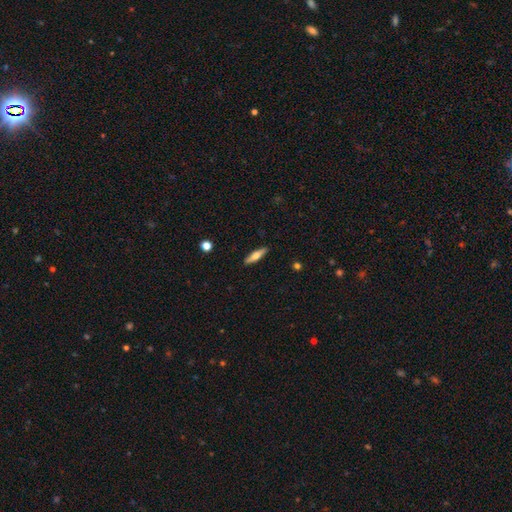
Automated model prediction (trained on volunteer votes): Smooth or featured? Predicted: smooth (p=0.56). How rounded? Predicted: cigar-shaped (p=0.72). Merging? Predicted: none (p=0.90).